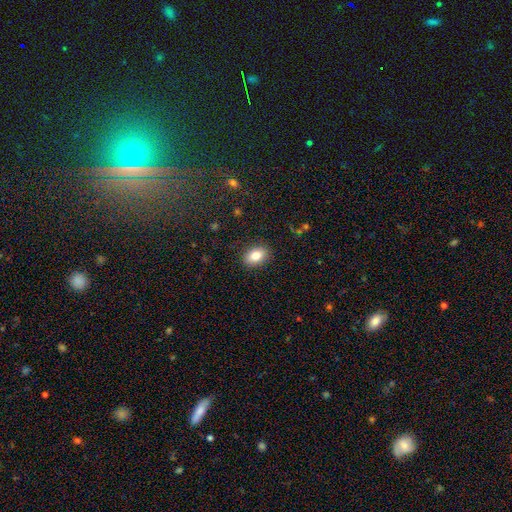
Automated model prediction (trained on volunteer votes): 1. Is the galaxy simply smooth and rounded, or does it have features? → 82% smooth, 10% featured or disk, 8% star or artifact.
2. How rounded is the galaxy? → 84% in between, 14% round, 2% cigar-shaped.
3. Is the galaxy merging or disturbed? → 88% none, 8% minor disturbance, 2% major disturbance, 1% merger.